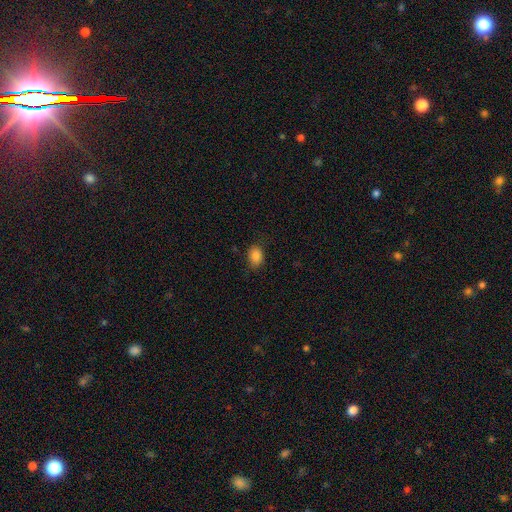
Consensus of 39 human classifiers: Smooth or featured? smooth (85%)
How rounded? in between (70%)
Merging? none (76%)